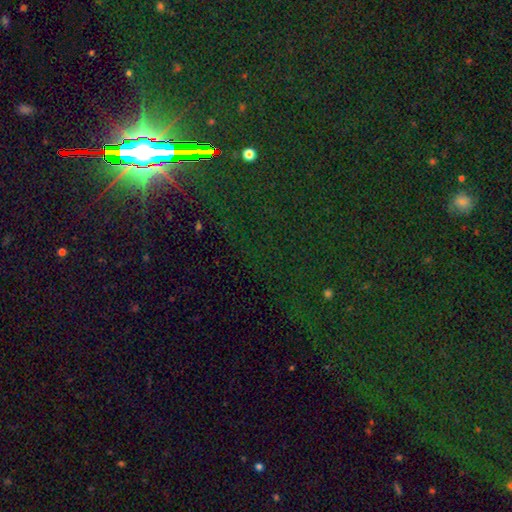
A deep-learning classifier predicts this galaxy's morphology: A star or artifact, not a galaxy (82%).